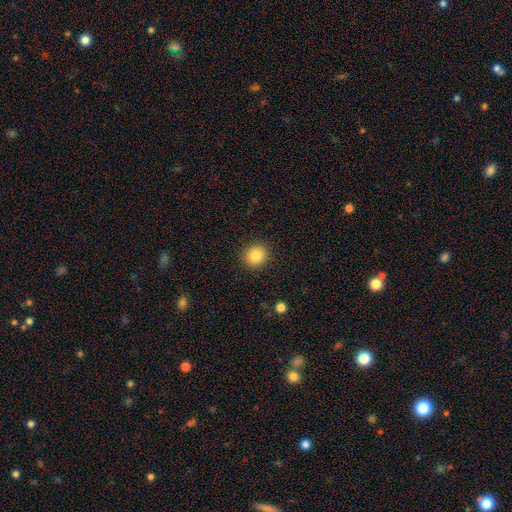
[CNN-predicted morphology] smooth_or_featured: smooth (p=0.84) [alt: star or artifact p=0.10]
how_rounded: round (p=0.89) [alt: in between p=0.10]
merging: none (p=0.91) [alt: minor disturbance p=0.06]